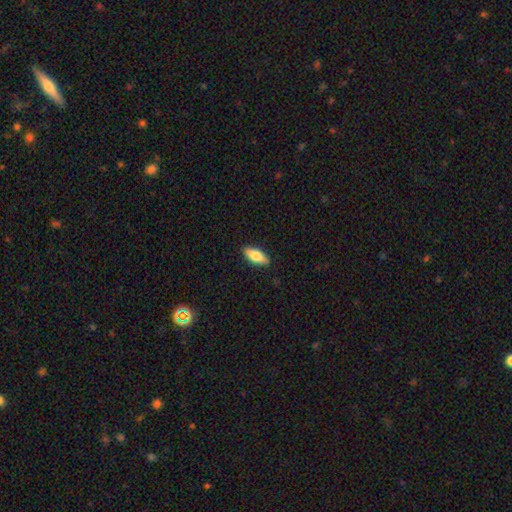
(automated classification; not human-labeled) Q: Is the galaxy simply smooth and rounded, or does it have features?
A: smooth — 75%.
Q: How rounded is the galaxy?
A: in between — 77%.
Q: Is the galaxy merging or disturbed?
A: none — 89%.